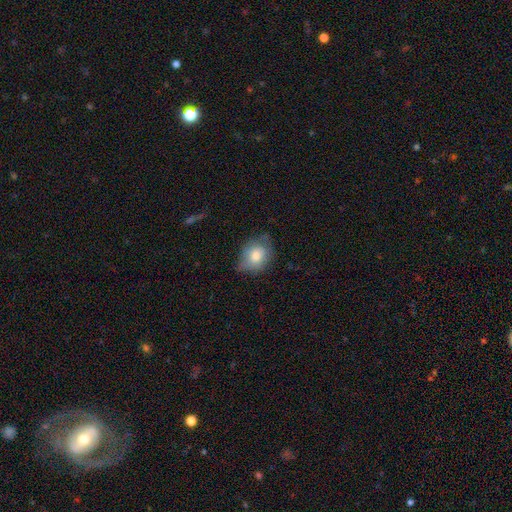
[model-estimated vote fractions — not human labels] Smooth or featured: smooth — 75% (featured or disk — 17%)
How rounded: round — 50% (in between — 49%)
Merging: none — 55% (minor disturbance — 35%)